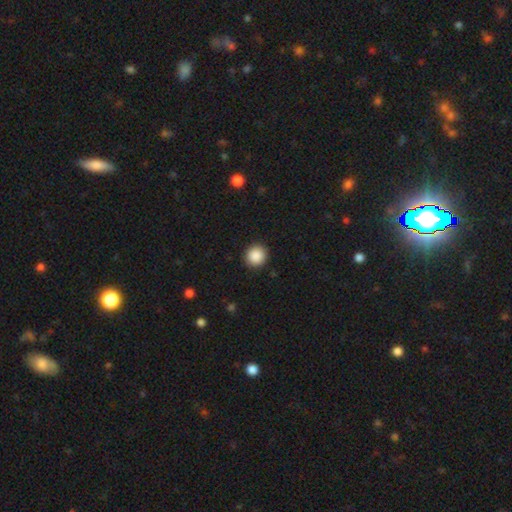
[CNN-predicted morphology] smooth-or-featured: smooth: 89% | star or artifact: 9% | featured or disk: 3%
  how-rounded: round: 92% | in between: 7% | cigar-shaped: 1%
  merging: none: 92% | minor disturbance: 5% | major disturbance: 2% | merger: 1%